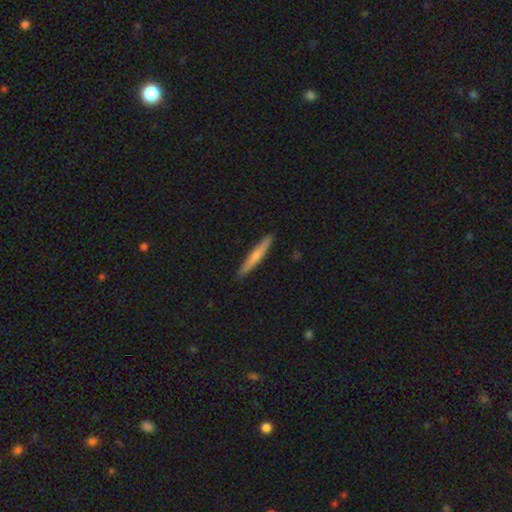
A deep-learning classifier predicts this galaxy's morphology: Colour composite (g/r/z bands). It shows a smooth galaxy with no disk features (63%) that is cigar-shaped (95%). Merging: none (92%).